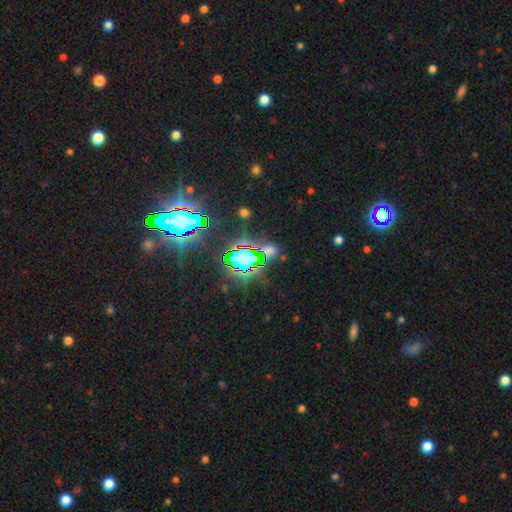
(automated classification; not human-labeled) This is clearly a star or artifact rather than a galaxy (83%).